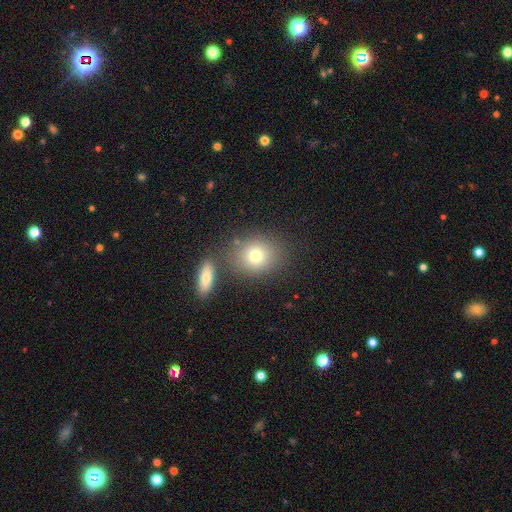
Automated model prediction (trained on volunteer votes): A smooth galaxy with no disk features (77%) that is round (60%).

Vote fractions:
- Smooth or featured? smooth: 77% / featured or disk: 12% / star or artifact: 11%
- How rounded? round: 60% / in between: 39% / cigar-shaped: 1%
- Merging? none: 70% / merger: 15% / minor disturbance: 11% / major disturbance: 4%